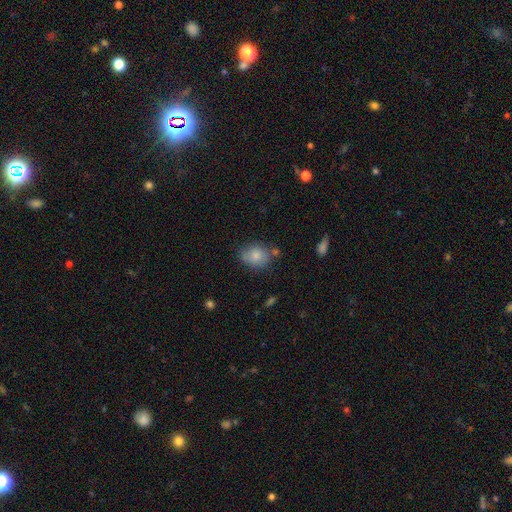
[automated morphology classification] Smooth or featured? smooth (81%)
How rounded? round (50%)
Merging? none (65%)